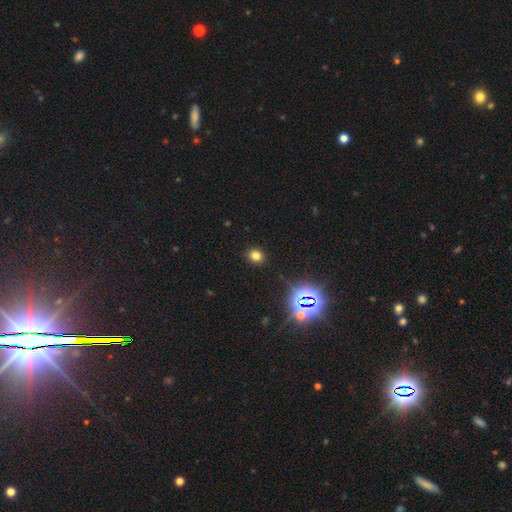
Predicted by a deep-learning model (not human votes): Smooth or featured: smooth — 73% (star or artifact — 21%)
How rounded: round — 79% (in between — 20%)
Merging: none — 91% (minor disturbance — 6%)